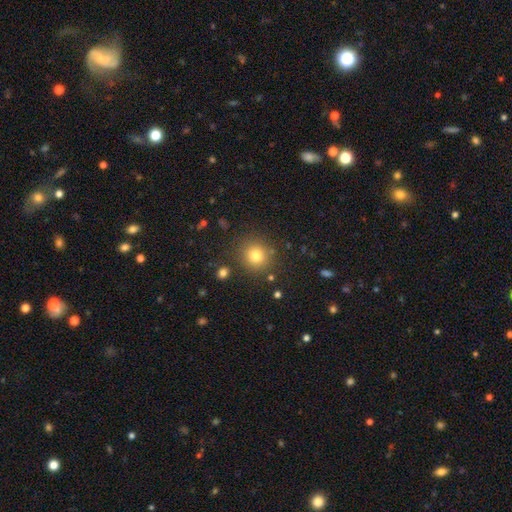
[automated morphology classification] A smooth galaxy with no disk features (79%) that is round (91%). Merging: none (85%).